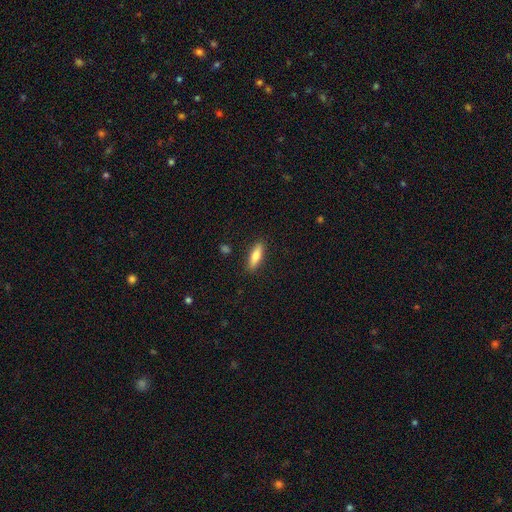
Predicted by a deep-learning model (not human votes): A smooth galaxy with no disk features (73%) that is cigar-shaped (53%). Merging: none (88%).